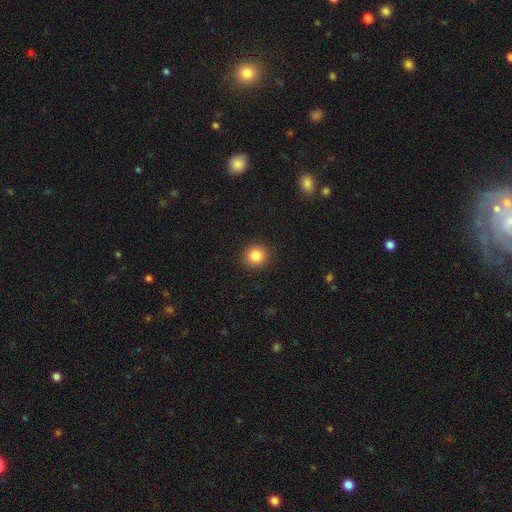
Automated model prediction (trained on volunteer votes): Smooth or featured?
  - smooth: 85% *
  - star or artifact: 11%
  - featured or disk: 5%
How rounded?
  - round: 90% *
  - in between: 9%
  - cigar-shaped: 1%
Merging?
  - none: 91% *
  - minor disturbance: 6%
  - major disturbance: 2%
  - merger: 1%